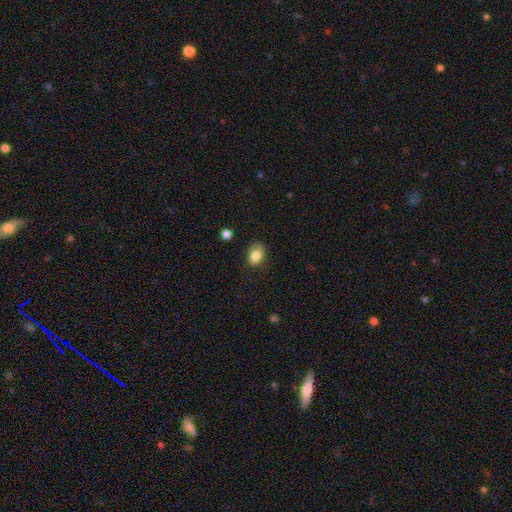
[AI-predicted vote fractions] Q: Smooth or featured?
A: smooth (83%); runner-up: star or artifact (9%)
Q: How rounded?
A: in between (69%); runner-up: round (30%)
Q: Merging?
A: none (71%); runner-up: minor disturbance (22%)